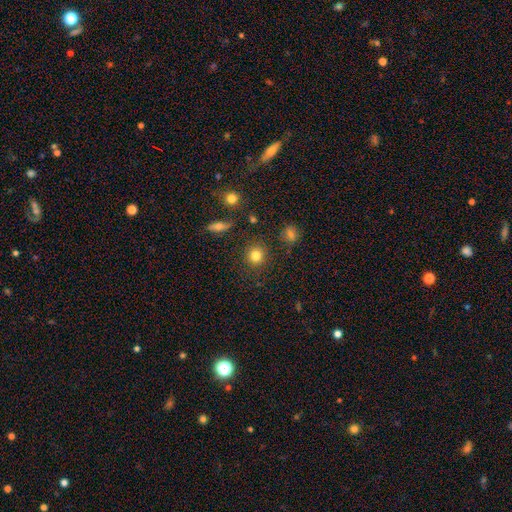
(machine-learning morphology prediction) A smooth galaxy with no disk features (82%) that is round (90%).

Vote fractions:
- Smooth or featured? smooth: 82% / star or artifact: 12% / featured or disk: 6%
- How rounded? round: 90% / in between: 9% / cigar-shaped: 1%
- Merging? none: 88% / minor disturbance: 7% / major disturbance: 3% / merger: 2%